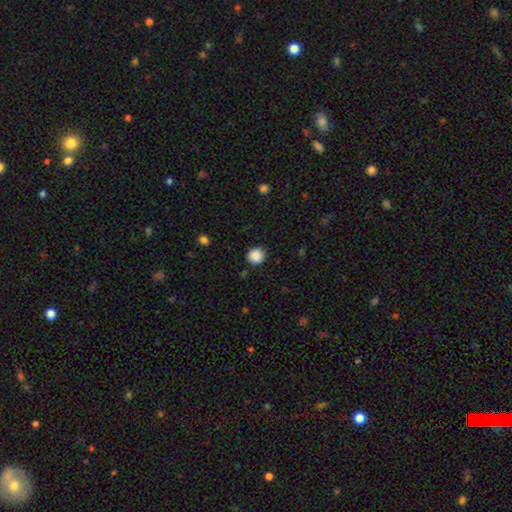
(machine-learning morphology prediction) smooth_or_featured: smooth (p=0.88) [alt: star or artifact p=0.09]
how_rounded: round (p=0.91) [alt: in between p=0.08]
merging: none (p=0.88) [alt: minor disturbance p=0.08]